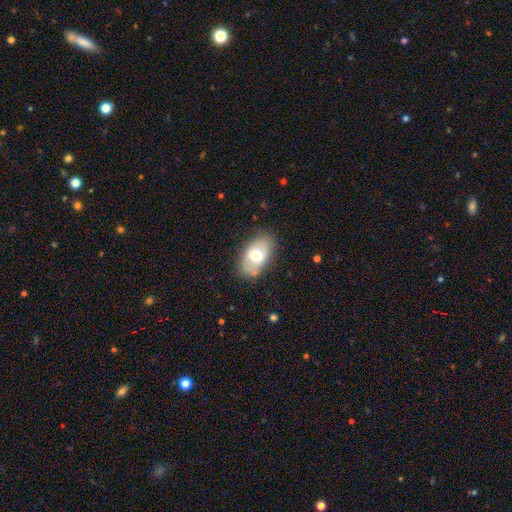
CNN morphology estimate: Q: Smooth or featured?
A: smooth (58%); runner-up: featured or disk (35%)
Q: How rounded?
A: in between (91%); runner-up: round (7%)
Q: Merging?
A: none (76%); runner-up: minor disturbance (16%)